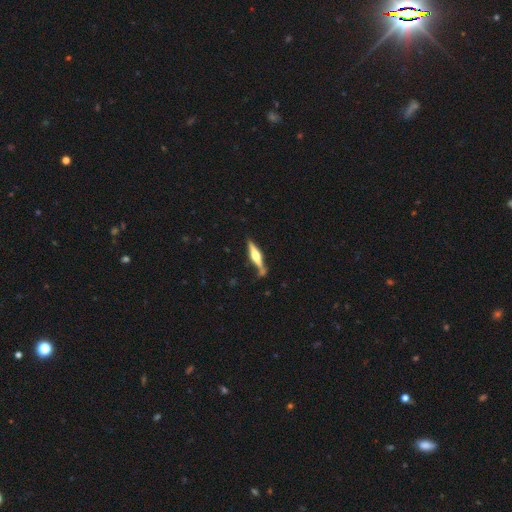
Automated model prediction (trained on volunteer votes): This is likely a featured or disk galaxy (71%). It is clearly viewed edge-on (97%). Edge-on bulge: clearly rounded (88%). Merging: likely none (73%).